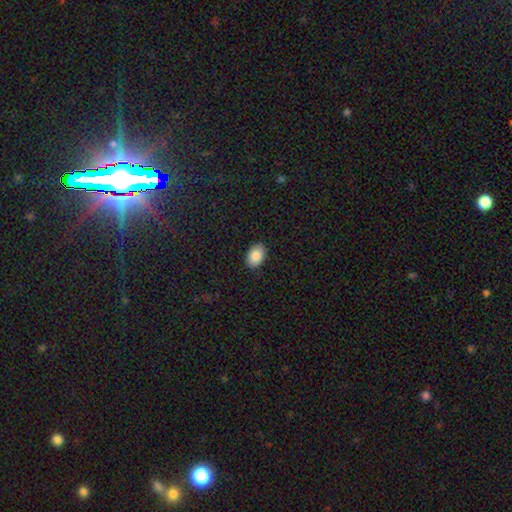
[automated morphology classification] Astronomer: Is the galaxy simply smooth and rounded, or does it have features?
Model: smooth — 87%.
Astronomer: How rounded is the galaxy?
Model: in between — 86%.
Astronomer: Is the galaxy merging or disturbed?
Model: none — 89%.